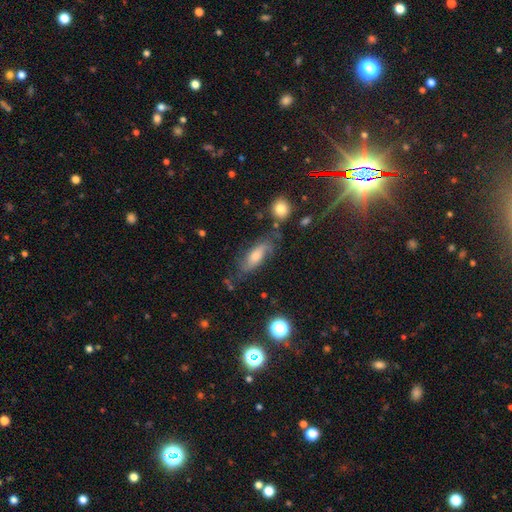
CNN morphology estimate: This is possibly a featured or disk galaxy (50%). It is likely not viewed edge-on (72%). Merging: likely none (63%).